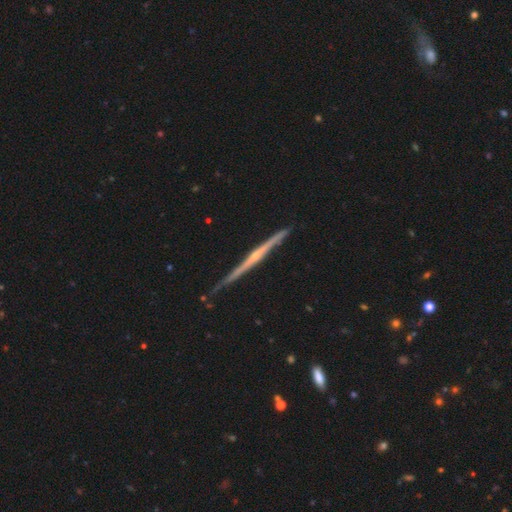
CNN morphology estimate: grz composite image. It shows a featured or disk galaxy (84%) viewed edge-on (98%) with a rounded central bulge (65%). Merging: none (81%).